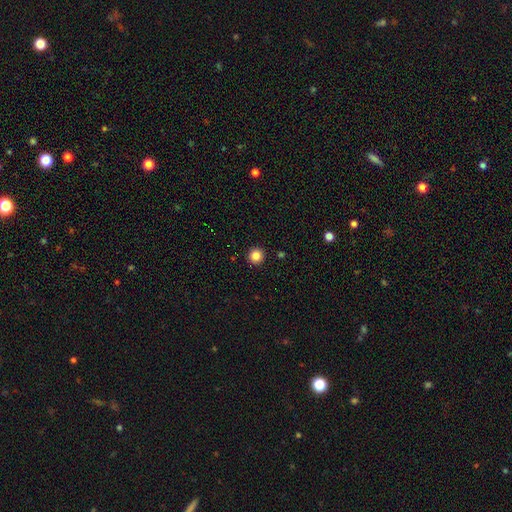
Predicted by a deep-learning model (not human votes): Smooth or featured? Predicted: smooth (p=0.85). How rounded? Predicted: round (p=0.95). Merging? Predicted: none (p=0.93).